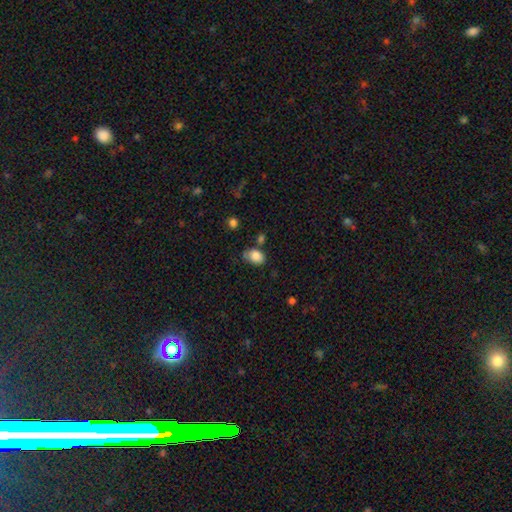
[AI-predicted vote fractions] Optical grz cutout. It shows a smooth galaxy with no disk features (84%) that is in between round and cigar-shaped (78%). Merging: none (56%).